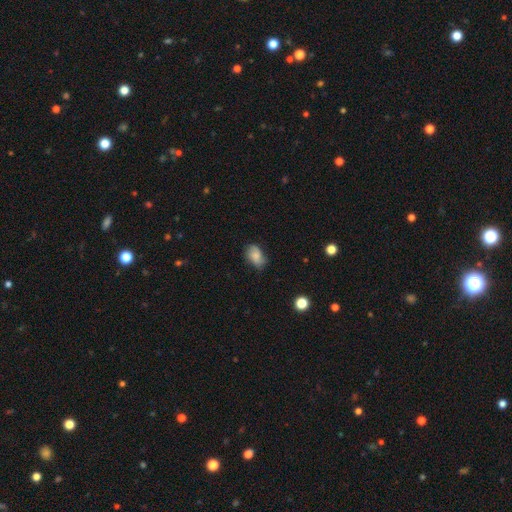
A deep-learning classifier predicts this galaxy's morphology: smooth-or-featured: smooth: 73% | featured or disk: 18% | star or artifact: 9%
  how-rounded: in between: 85% | round: 14% | cigar-shaped: 2%
  merging: none: 68% | minor disturbance: 25% | major disturbance: 5% | merger: 1%